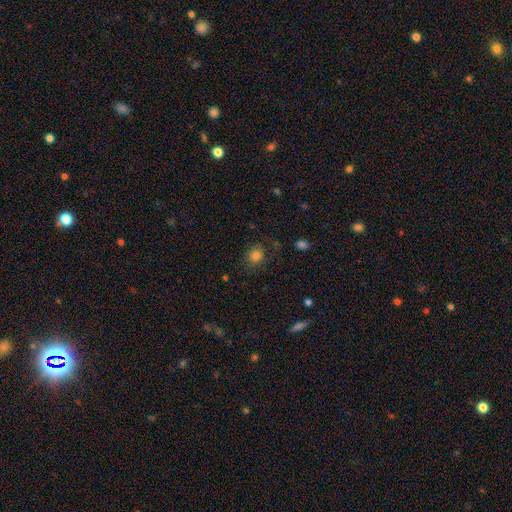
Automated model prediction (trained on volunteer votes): Smooth or featured?
  - smooth: 79% *
  - star or artifact: 13%
  - featured or disk: 8%
How rounded?
  - round: 73% *
  - in between: 26%
  - cigar-shaped: 1%
Merging?
  - none: 78% *
  - minor disturbance: 16%
  - major disturbance: 5%
  - merger: 1%